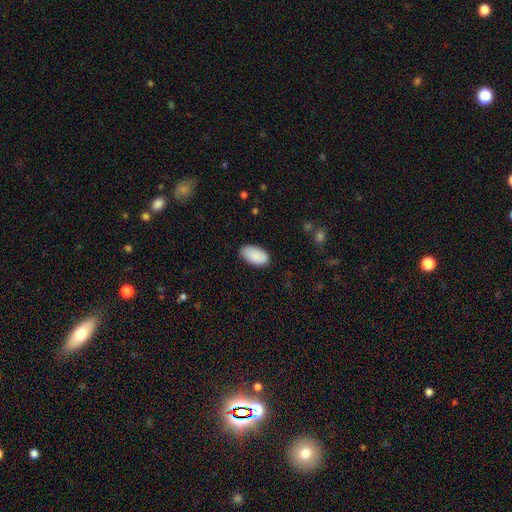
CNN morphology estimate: Smooth or featured? Predicted: smooth (p=0.89). How rounded? Predicted: in between (p=0.96). Merging? Predicted: none (p=0.83).